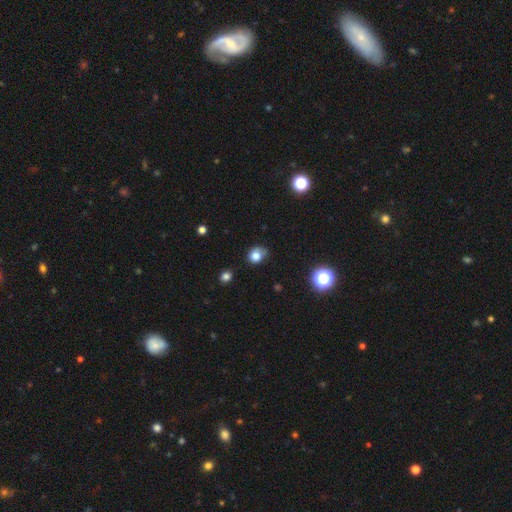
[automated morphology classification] A smooth galaxy with no disk features (78%) that is round (63%). Merging: none (58%).